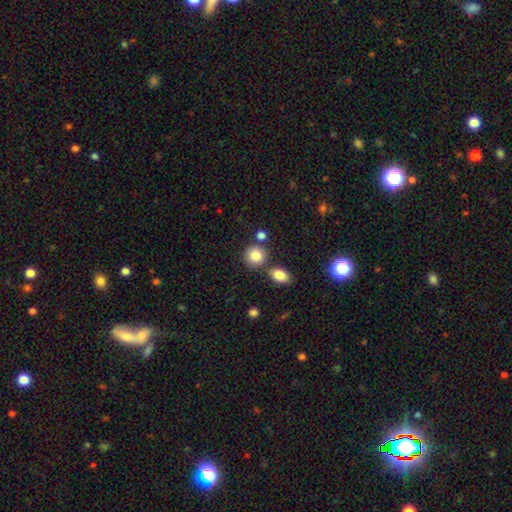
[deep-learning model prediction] A smooth galaxy with no disk features (84%) that is round (84%). Merging: none (73%).